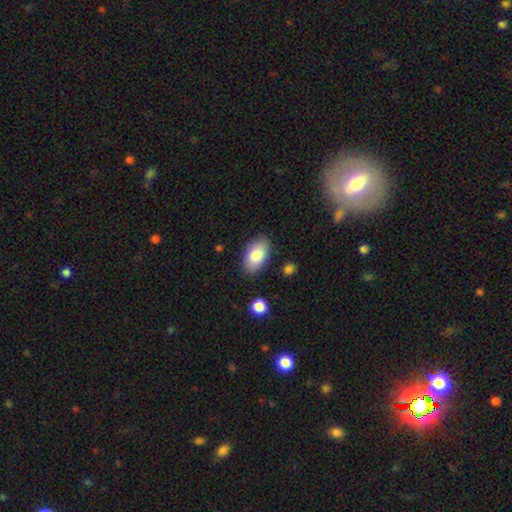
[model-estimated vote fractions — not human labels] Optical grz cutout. It shows a smooth galaxy with no disk features (84%) that is in between round and cigar-shaped (94%). Merging: none (85%).